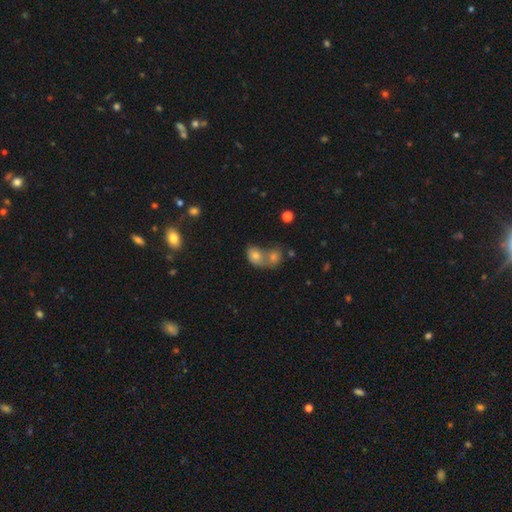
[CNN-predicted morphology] type=smooth (72%); roundness=in between (66%); merging=merger (60%).